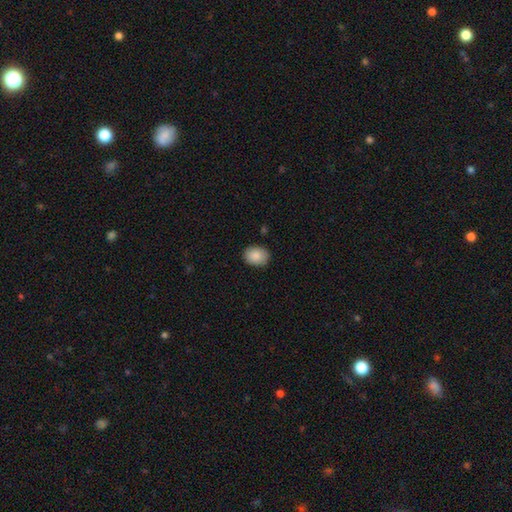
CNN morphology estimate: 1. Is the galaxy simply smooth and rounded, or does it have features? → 89% smooth, 7% star or artifact, 4% featured or disk.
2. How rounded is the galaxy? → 59% in between, 40% round, 1% cigar-shaped.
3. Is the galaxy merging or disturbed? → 87% none, 10% minor disturbance, 2% major disturbance, 1% merger.